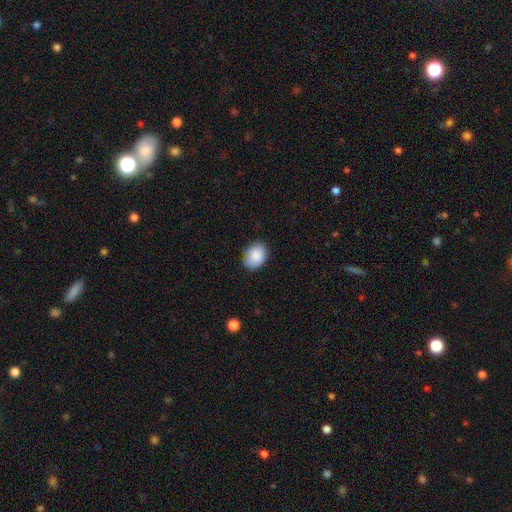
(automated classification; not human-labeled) A smooth galaxy with no disk features (88%) that is in between round and cigar-shaped (67%). Merging: none (78%).